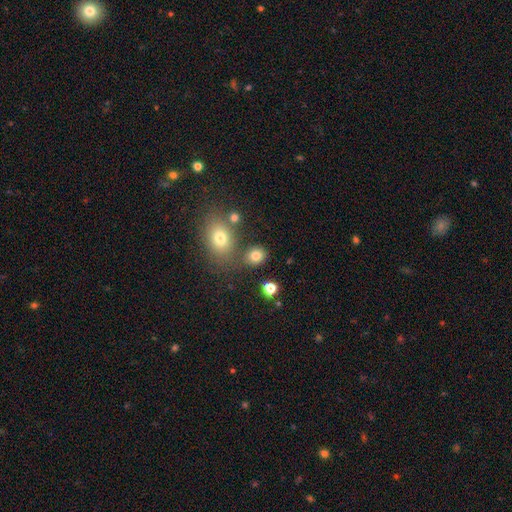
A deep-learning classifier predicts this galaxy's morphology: A smooth galaxy with no disk features (79%) that is round (64%).

Vote fractions:
- Smooth or featured? smooth: 79% / star or artifact: 13% / featured or disk: 7%
- How rounded? round: 64% / in between: 35% / cigar-shaped: 1%
- Merging? none: 74% / minor disturbance: 11% / merger: 11% / major disturbance: 4%